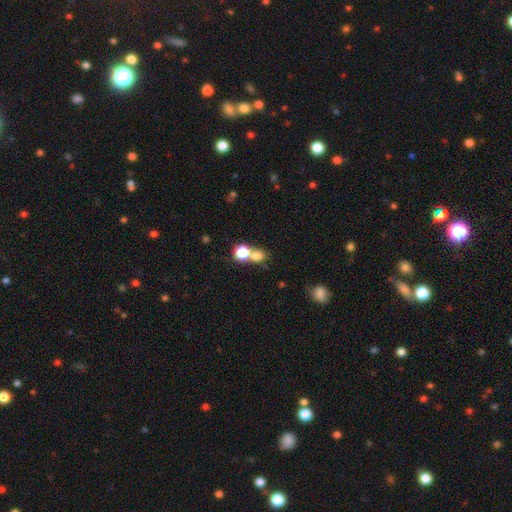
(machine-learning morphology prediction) Overall: smooth (73%). How rounded: round (67%; in between 32%). Merging: none (45%; merger 43%).